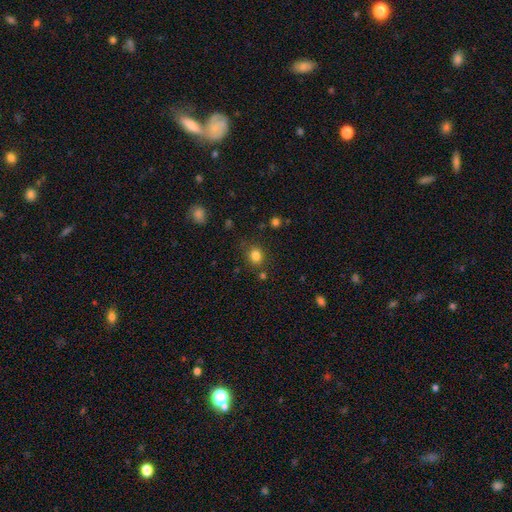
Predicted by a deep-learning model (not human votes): Smooth or featured? Predicted: smooth (p=0.82). How rounded? Predicted: round (p=0.71). Merging? Predicted: none (p=0.79).